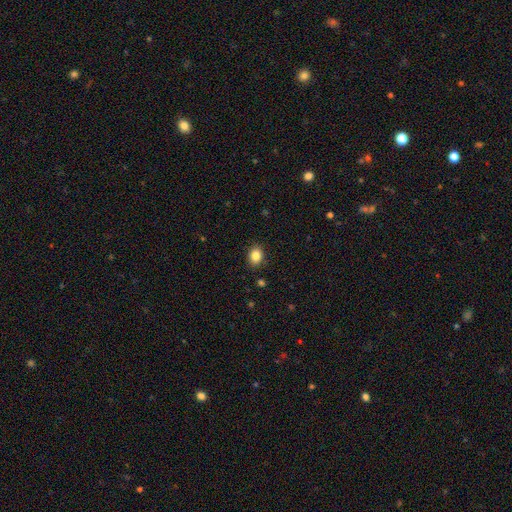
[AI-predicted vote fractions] Smooth or featured: smooth — 85% (star or artifact — 10%)
How rounded: in between — 56% (round — 43%)
Merging: none — 89% (minor disturbance — 8%)